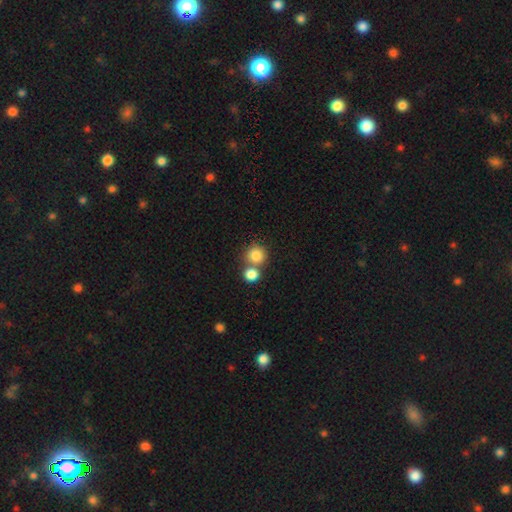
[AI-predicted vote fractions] A smooth galaxy with no disk features (83%) that is round (88%). Merging: none (50%).